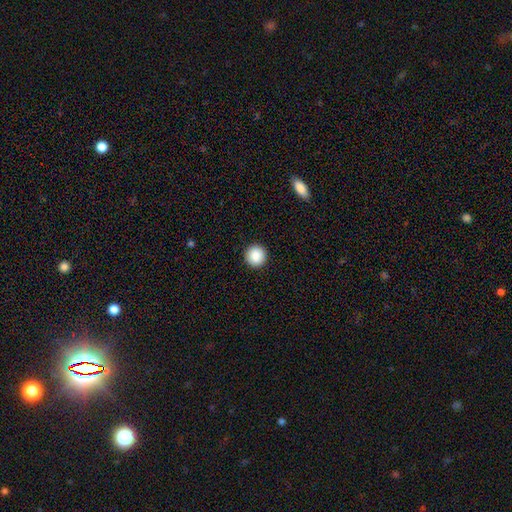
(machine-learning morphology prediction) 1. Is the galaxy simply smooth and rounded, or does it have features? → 89% smooth, 8% star or artifact, 3% featured or disk.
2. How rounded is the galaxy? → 95% round, 4% in between, 1% cigar-shaped.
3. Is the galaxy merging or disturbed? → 93% none, 4% minor disturbance, 2% major disturbance, 1% merger.